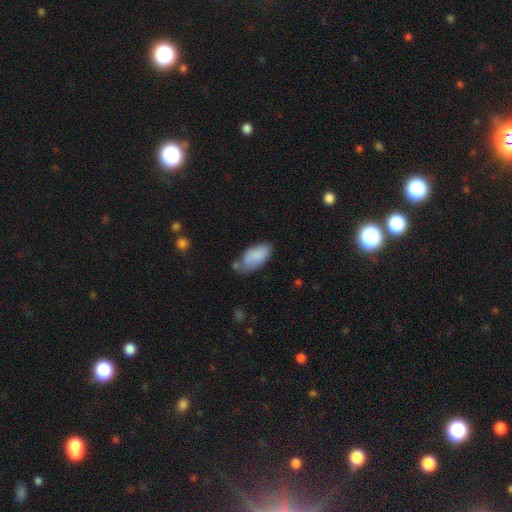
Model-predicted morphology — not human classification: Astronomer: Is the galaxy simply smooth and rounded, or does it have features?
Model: smooth — 85%.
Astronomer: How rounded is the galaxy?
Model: in between — 93%.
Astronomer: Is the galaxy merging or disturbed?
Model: none — 50% (runner-up: minor disturbance, 30%).